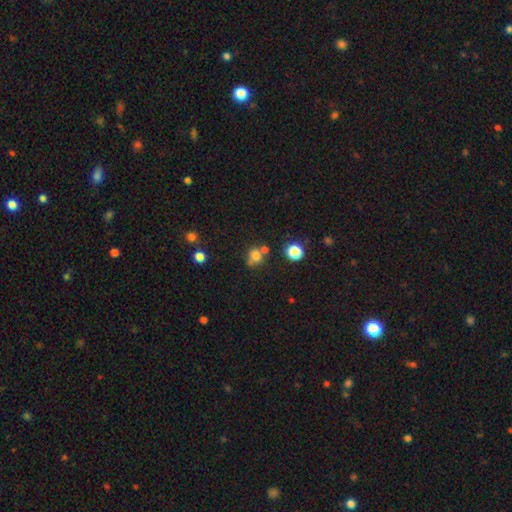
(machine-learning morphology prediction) The model was most divided on "merging": none: 55%, merger: 28%, minor disturbance: 12%, major disturbance: 5%. More confident: how rounded — round (81%); smooth or featured — smooth (75%).